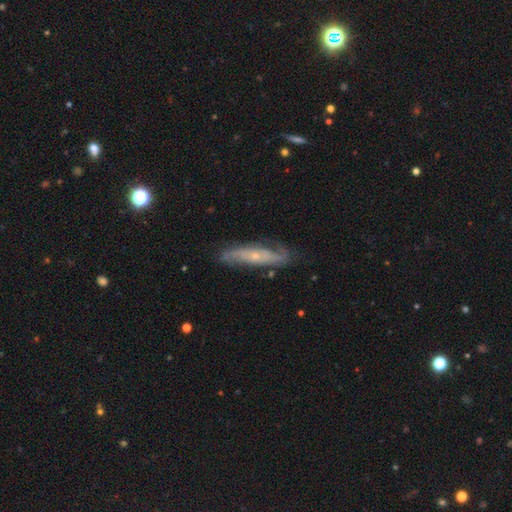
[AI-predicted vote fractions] Smooth or featured?
  - featured or disk: 73% *
  - smooth: 20%
  - star or artifact: 7%
Edge-on disk?
  - no: 65% *
  - yes: 35%
Merging?
  - none: 73% *
  - minor disturbance: 19%
  - major disturbance: 6%
  - merger: 2%